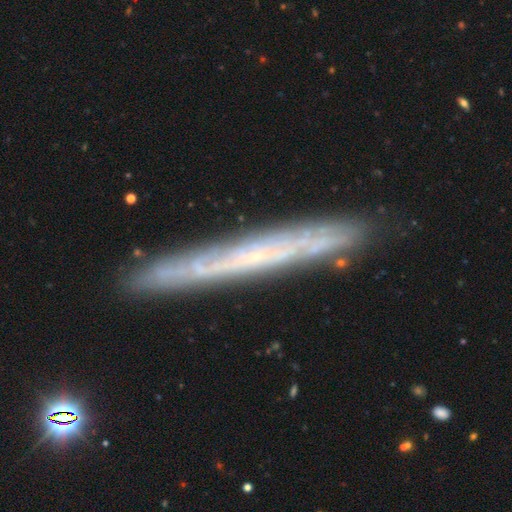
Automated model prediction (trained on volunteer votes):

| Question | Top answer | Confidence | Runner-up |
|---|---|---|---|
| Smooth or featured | featured or disk | 70% | smooth (21%) |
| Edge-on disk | yes | 85% | no (15%) |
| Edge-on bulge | none | 83% | rounded (14%) |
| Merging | none | 86% | minor disturbance (11%) |